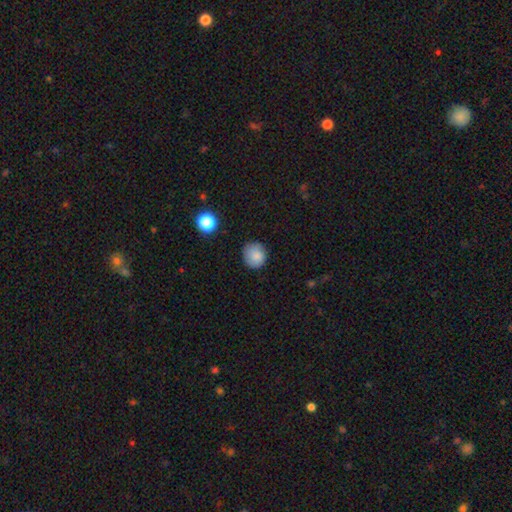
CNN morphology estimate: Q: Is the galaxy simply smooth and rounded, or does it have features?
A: smooth — 82%.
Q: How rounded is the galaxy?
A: round — 85%.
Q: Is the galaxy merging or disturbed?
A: none — 78%.